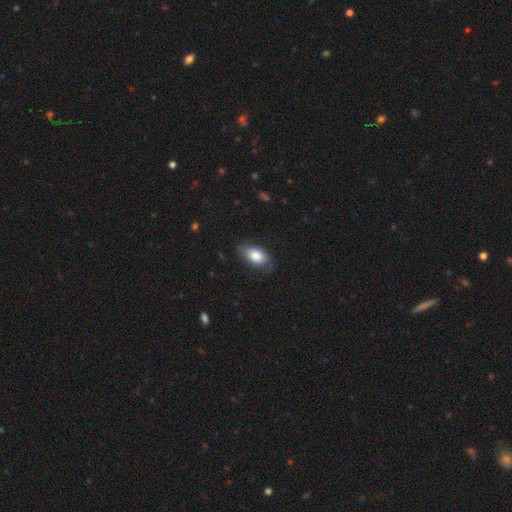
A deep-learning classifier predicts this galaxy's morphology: A smooth galaxy with no disk features (76%) that is in between round and cigar-shaped (91%).

Vote fractions:
- Smooth or featured? smooth: 76% / featured or disk: 18% / star or artifact: 6%
- How rounded? in between: 91% / round: 6% / cigar-shaped: 4%
- Merging? none: 71% / minor disturbance: 22% / major disturbance: 6% / merger: 1%